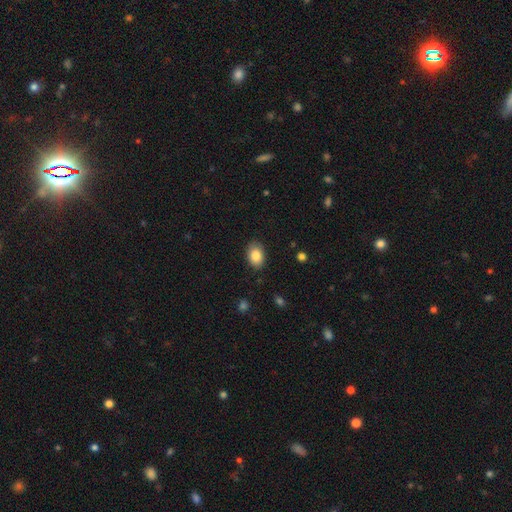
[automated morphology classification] smooth-or-featured: smooth: 85% | star or artifact: 8% | featured or disk: 7%
  how-rounded: in between: 83% | round: 16% | cigar-shaped: 1%
  merging: none: 84% | minor disturbance: 12% | major disturbance: 3% | merger: 1%